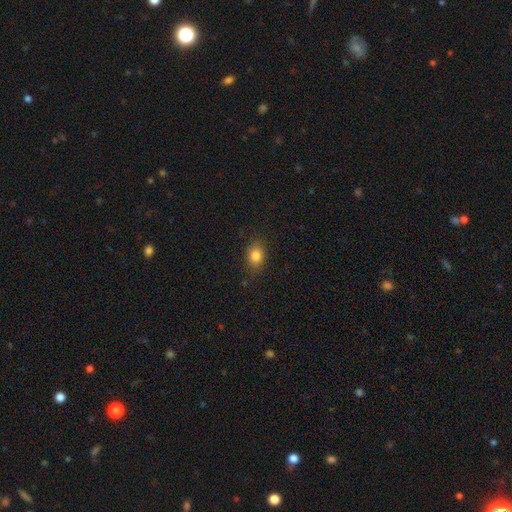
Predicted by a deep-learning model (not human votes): This is clearly a smooth galaxy (83%). How rounded: possibly in between (55%). Merging: clearly none (81%).